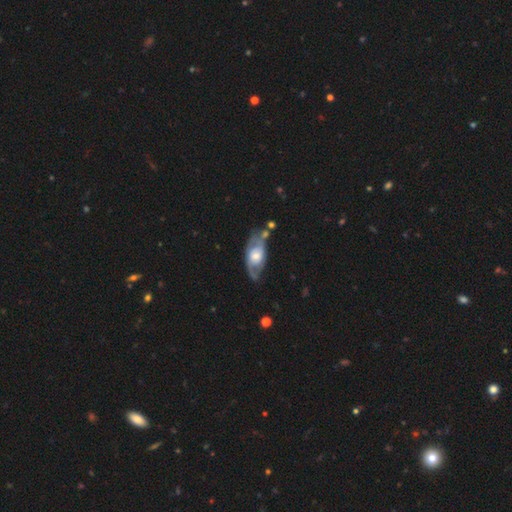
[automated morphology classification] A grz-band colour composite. It shows a featured or disk galaxy (70%) with no bar (62%), 2 (72%) medium (44%) spiral arms (81%) and a moderate central bulge (55%). Merging: none (60%).